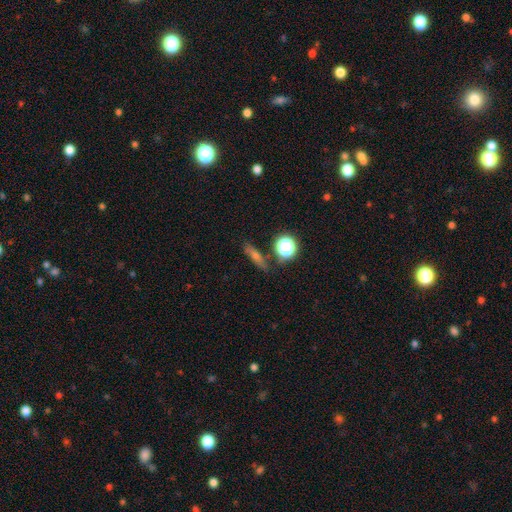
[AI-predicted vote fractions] smooth_or_featured: smooth (p=0.44) [alt: featured or disk p=0.31]
merging: none (p=0.83) [alt: minor disturbance p=0.10]